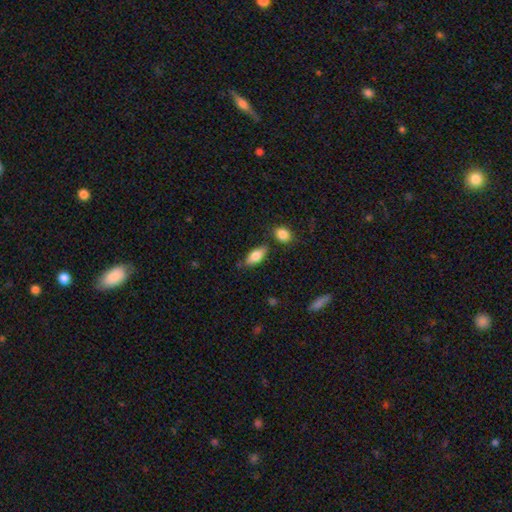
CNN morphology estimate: This is likely a smooth galaxy (74%). How rounded: likely in between (79%). Merging: likely none (76%).